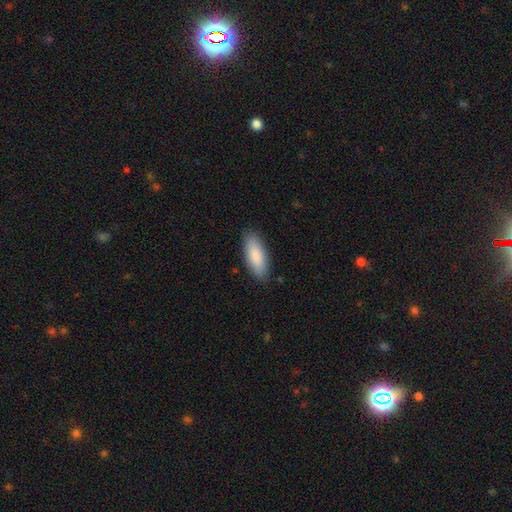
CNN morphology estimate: type=smooth (87%); roundness=in between (75%); merging=none (87%).